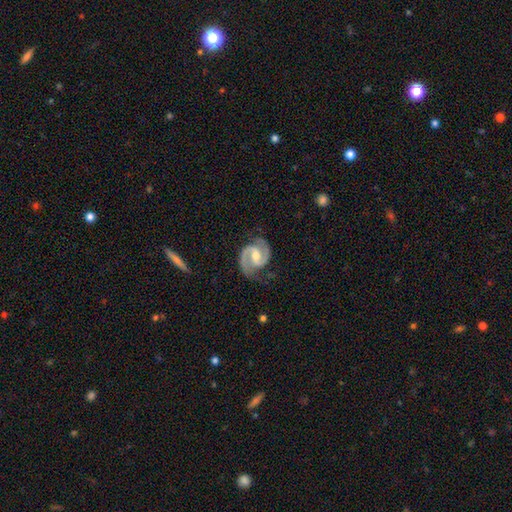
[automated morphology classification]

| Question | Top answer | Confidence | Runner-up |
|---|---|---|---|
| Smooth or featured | featured or disk | 93% | star or artifact (4%) |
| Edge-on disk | no | 98% | yes (2%) |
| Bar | weak | 53% | strong (26%) |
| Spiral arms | yes | 98% | no (2%) |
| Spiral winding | medium | 62% | tight (27%) |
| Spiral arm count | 2 | 94% | can't tell (1%) |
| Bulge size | moderate | 62% | small (31%) |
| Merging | none | 79% | minor disturbance (15%) |